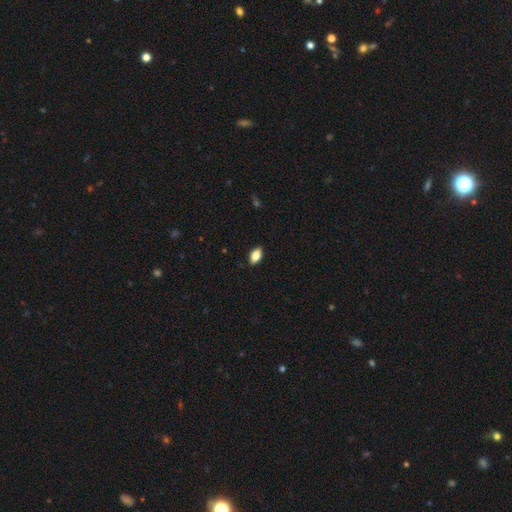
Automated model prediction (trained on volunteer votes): A smooth galaxy with no disk features (85%) that is in between round and cigar-shaped (91%). Merging: none (89%).